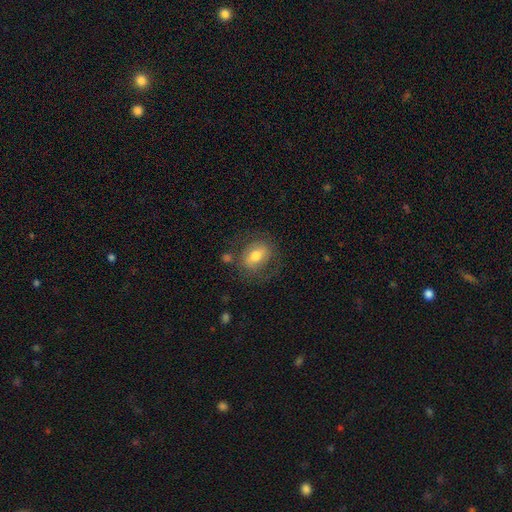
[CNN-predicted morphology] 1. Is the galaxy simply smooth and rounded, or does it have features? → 59% smooth, 33% featured or disk, 8% star or artifact.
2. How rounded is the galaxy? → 57% in between, 41% round, 2% cigar-shaped.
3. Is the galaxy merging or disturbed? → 67% none, 18% minor disturbance, 11% major disturbance, 4% merger.